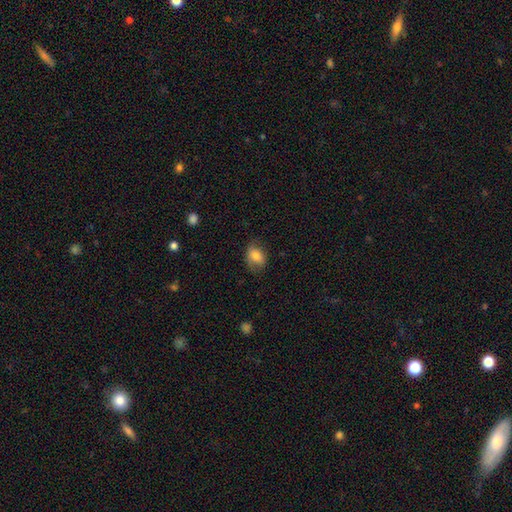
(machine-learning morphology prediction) Q: Smooth or featured?
A: smooth (78%); runner-up: featured or disk (13%)
Q: How rounded?
A: in between (69%); runner-up: round (29%)
Q: Merging?
A: none (68%); runner-up: minor disturbance (23%)